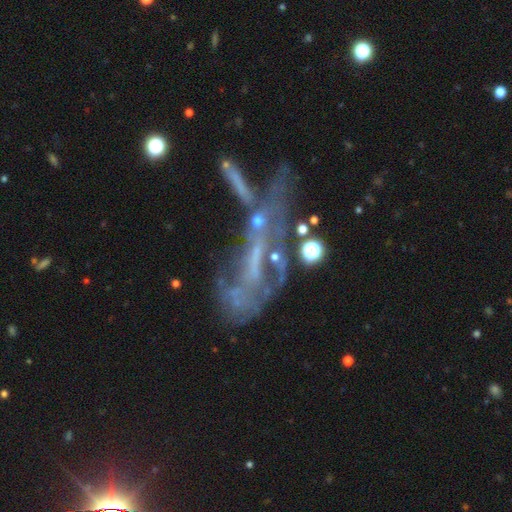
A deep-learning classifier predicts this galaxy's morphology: This is possibly a featured or disk galaxy (59%). It is clearly not viewed edge-on (83%). Merging: marginally major disturbance (35%).